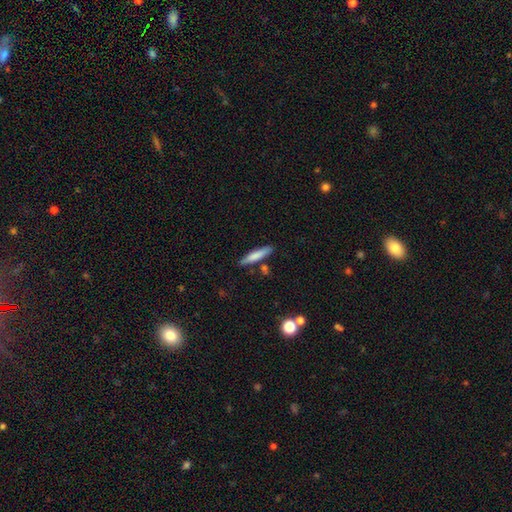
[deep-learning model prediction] This appears to be a smooth galaxy with no disk features (75%) that is cigar-shaped (87%). Merging: none (80%).